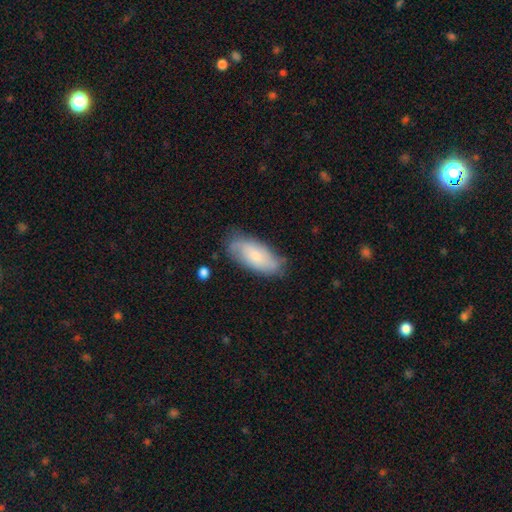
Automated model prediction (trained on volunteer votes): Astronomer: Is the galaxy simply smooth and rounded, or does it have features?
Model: smooth — 62%.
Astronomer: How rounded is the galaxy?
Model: in between — 85%.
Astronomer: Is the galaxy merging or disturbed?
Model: none — 72%.